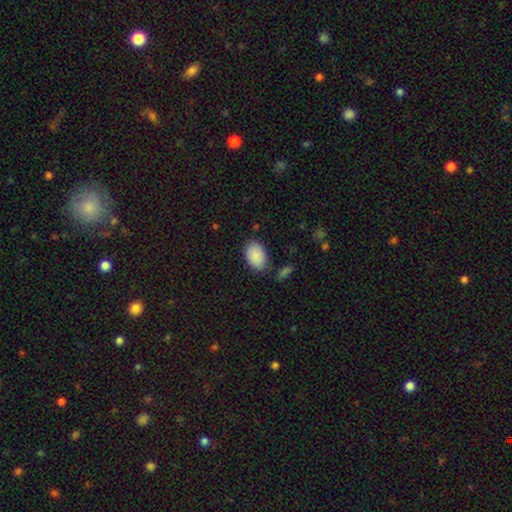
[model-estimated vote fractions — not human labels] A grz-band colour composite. It shows a smooth galaxy with no disk features (90%) that is in between round and cigar-shaped (90%). Merging: none (80%).